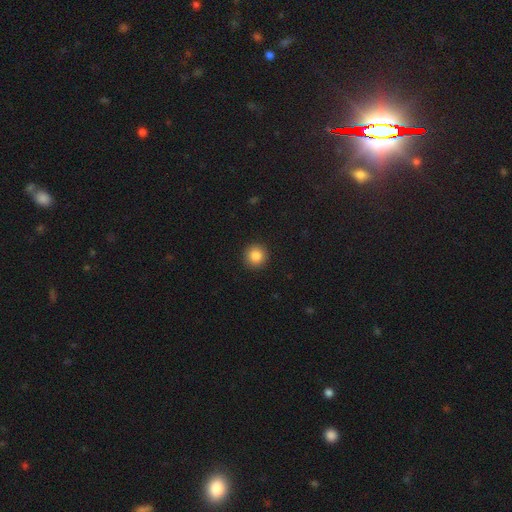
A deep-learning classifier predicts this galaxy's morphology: Overall: smooth (86%). How rounded: round (94%). Merging: none (93%).